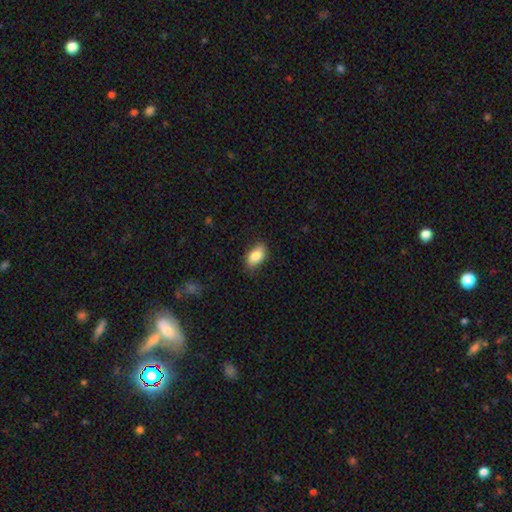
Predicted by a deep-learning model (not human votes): A smooth galaxy with no disk features (85%) that is in between round and cigar-shaped (91%). Merging: none (83%).